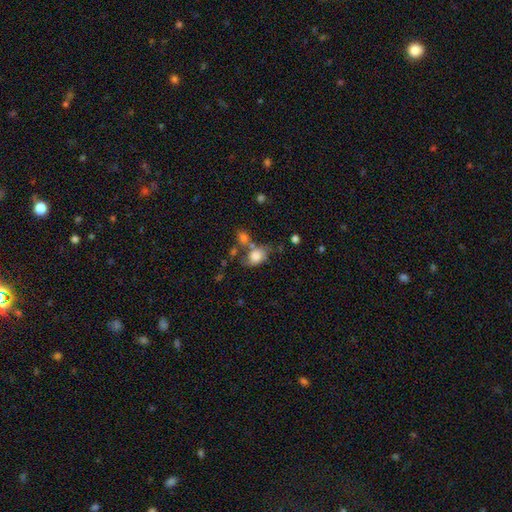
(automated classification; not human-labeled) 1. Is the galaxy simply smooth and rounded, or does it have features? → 76% smooth, 16% featured or disk, 9% star or artifact.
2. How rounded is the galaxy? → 73% in between, 25% round, 2% cigar-shaped.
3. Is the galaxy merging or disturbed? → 42% none, 23% minor disturbance, 22% merger, 12% major disturbance.